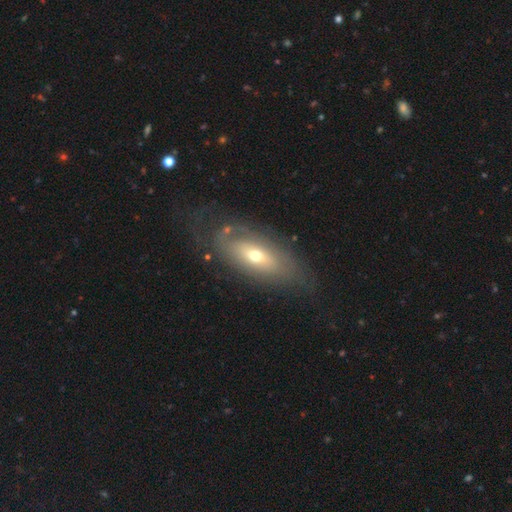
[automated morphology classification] A featured or disk galaxy (48%).

Vote fractions:
- Smooth or featured? featured or disk: 48% / smooth: 43% / star or artifact: 9%
- Merging? none: 65% / minor disturbance: 19% / major disturbance: 14% / merger: 2%